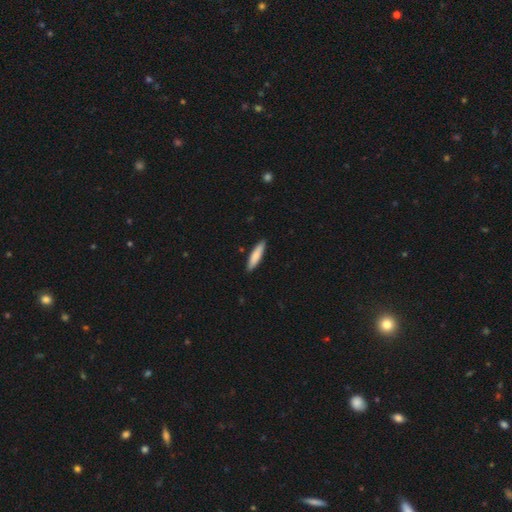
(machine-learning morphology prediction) Q: Smooth or featured?
A: smooth (82%); runner-up: featured or disk (12%)
Q: How rounded?
A: cigar-shaped (78%); runner-up: in between (21%)
Q: Merging?
A: none (89%); runner-up: minor disturbance (9%)